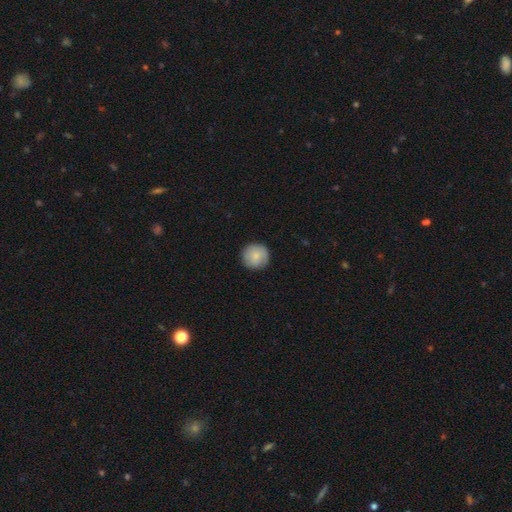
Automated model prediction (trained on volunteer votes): Smooth or featured? Predicted: smooth (p=0.84). How rounded? Predicted: round (p=0.95). Merging? Predicted: none (p=0.88).